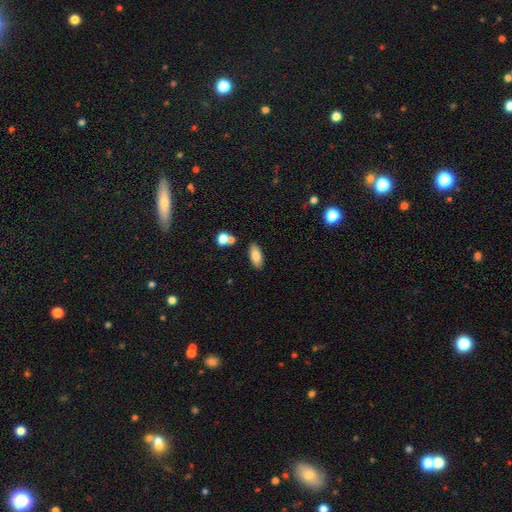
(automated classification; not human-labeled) Smooth or featured?
  - smooth: 82% *
  - featured or disk: 10%
  - star or artifact: 8%
How rounded?
  - in between: 84% *
  - cigar-shaped: 13%
  - round: 3%
Merging?
  - none: 82% *
  - minor disturbance: 10%
  - merger: 5%
  - major disturbance: 3%